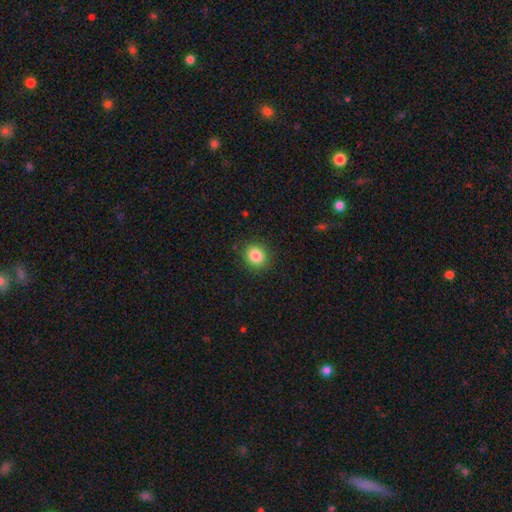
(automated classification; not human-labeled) Smooth or featured?
  - smooth: 85% *
  - star or artifact: 10%
  - featured or disk: 5%
How rounded?
  - round: 77% *
  - in between: 22%
  - cigar-shaped: 1%
Merging?
  - none: 88% *
  - minor disturbance: 9%
  - major disturbance: 3%
  - merger: 1%